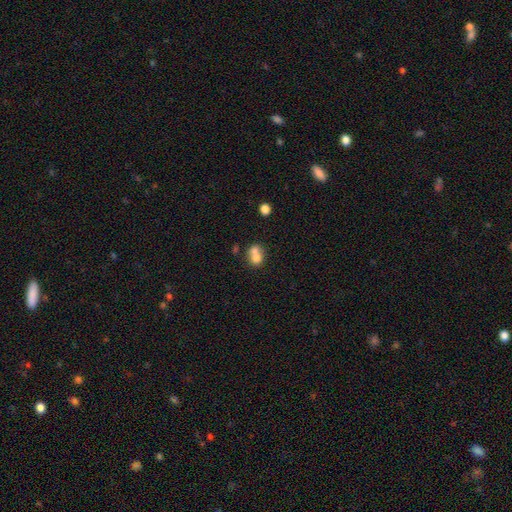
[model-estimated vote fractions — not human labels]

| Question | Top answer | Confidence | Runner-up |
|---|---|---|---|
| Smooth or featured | smooth | 71% | featured or disk (19%) |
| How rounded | round | 57% | in between (41%) |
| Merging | merger | 62% | none (26%) |